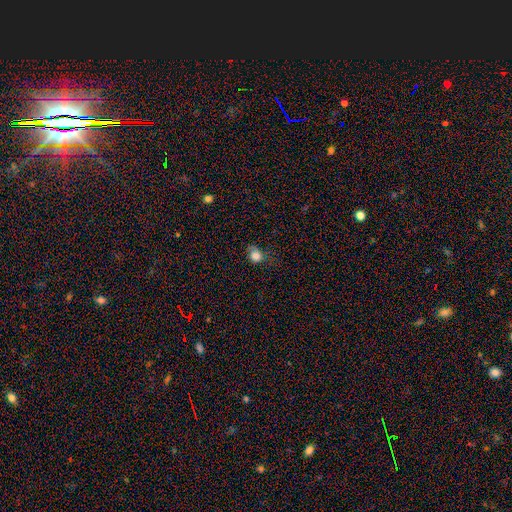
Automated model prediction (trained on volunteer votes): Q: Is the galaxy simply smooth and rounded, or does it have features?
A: smooth — 81%.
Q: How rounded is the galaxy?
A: round — 65%.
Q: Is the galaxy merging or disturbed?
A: none — 49%.